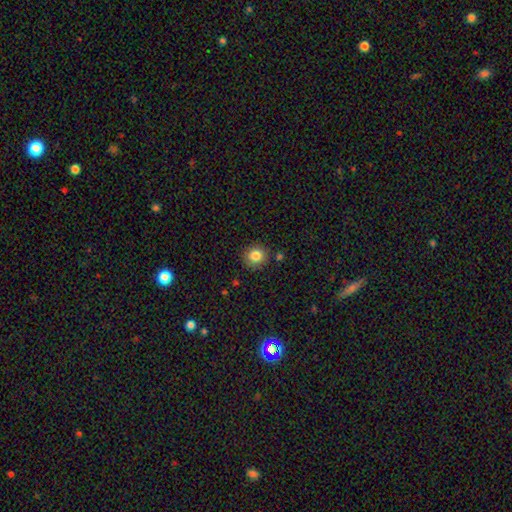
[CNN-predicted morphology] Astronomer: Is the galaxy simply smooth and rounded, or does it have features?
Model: smooth — 84%.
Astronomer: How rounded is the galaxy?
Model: round — 87%.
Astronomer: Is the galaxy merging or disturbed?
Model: none — 86%.